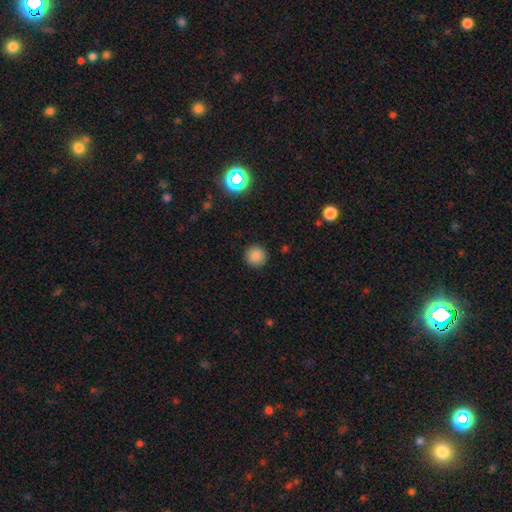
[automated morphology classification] Smooth or featured: smooth — 84% (star or artifact — 12%)
How rounded: round — 95% (in between — 4%)
Merging: none — 91% (minor disturbance — 6%)